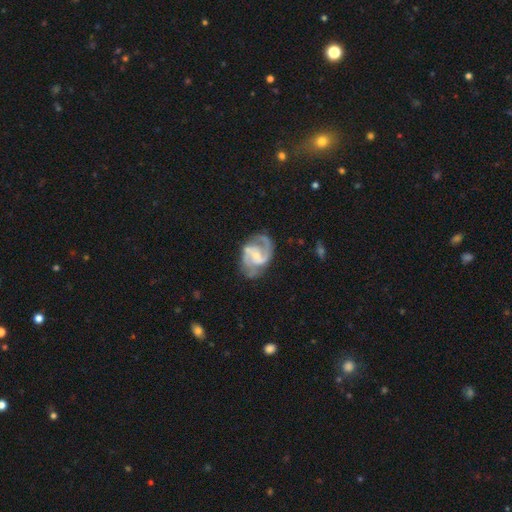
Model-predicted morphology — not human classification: Overall: featured or disk (87%). Edge-on disk: no (98%). Bar: weak (49%; no 35%). Spiral arms: yes (95%). Spiral arm count: 2 (81%). Spiral winding: medium (56%; tight 24%). Bulge size: small (52%; moderate 35%). Merging: none (63%).